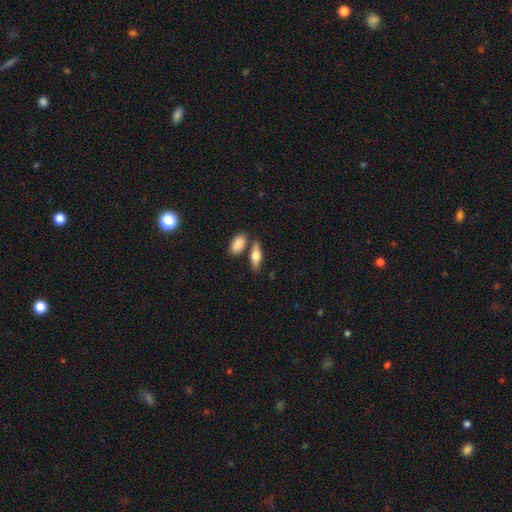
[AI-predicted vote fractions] smooth-or-featured: smooth: 65% | featured or disk: 28% | star or artifact: 6%
  how-rounded: in between: 65% | cigar-shaped: 30% | round: 5%
  merging: none: 69% | merger: 17% | minor disturbance: 11% | major disturbance: 3%